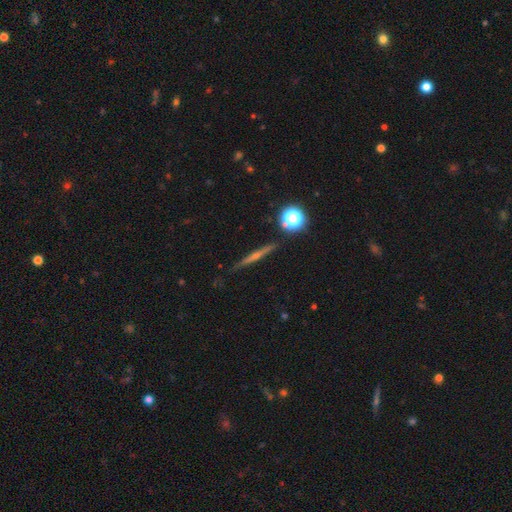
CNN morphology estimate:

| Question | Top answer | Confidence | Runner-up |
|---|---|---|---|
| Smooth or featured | featured or disk | 53% | smooth (25%) |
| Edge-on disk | yes | 91% | no (9%) |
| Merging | none | 83% | minor disturbance (9%) |